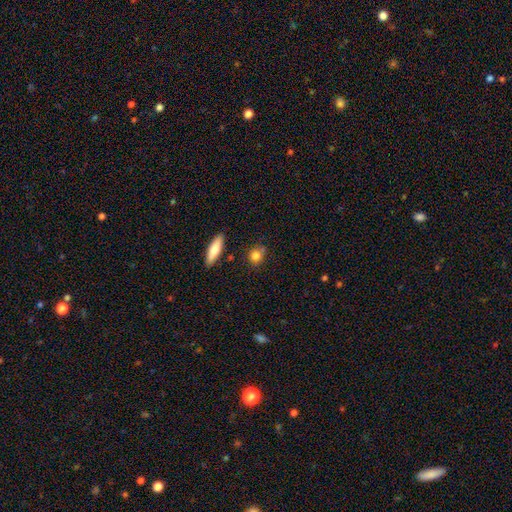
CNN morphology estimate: The model was most divided on "how rounded": round: 63%, in between: 31%, cigar-shaped: 6%. More confident: smooth or featured — smooth (81%); merging — none (69%).